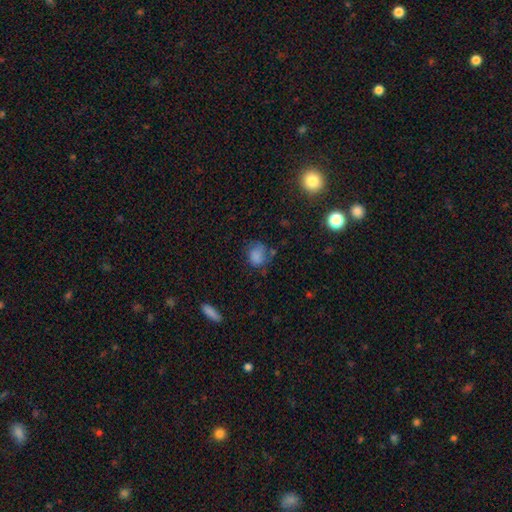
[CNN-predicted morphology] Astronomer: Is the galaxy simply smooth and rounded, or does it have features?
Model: smooth — 76%.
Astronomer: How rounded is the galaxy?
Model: round — 55% (runner-up: in between, 43%).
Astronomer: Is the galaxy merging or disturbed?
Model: none — 51% (runner-up: minor disturbance, 28%).